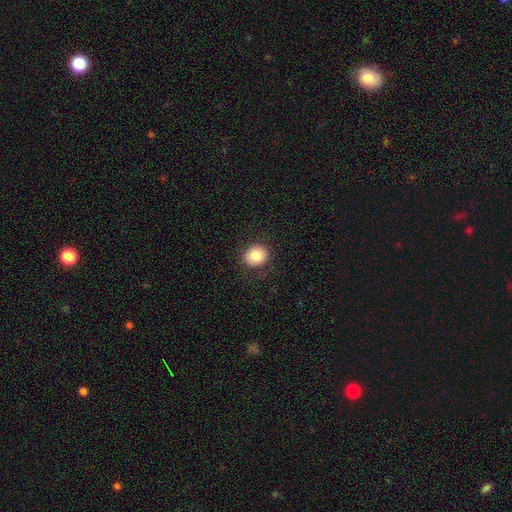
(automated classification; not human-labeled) smooth 84%, star or artifact 9%, featured or disk 7%. Down the decision tree: how rounded — round (71%); merging — none (88%).